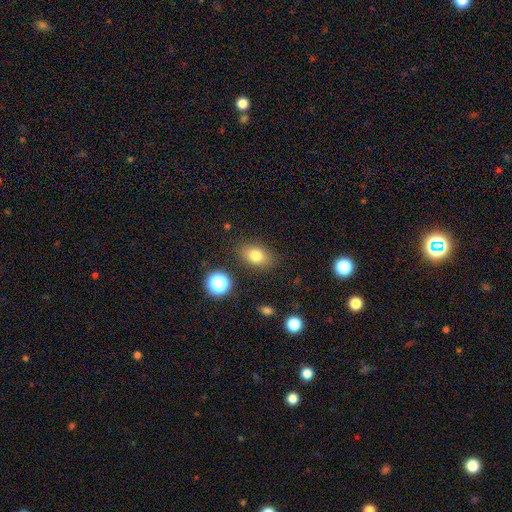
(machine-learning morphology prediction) Smooth or featured?
  - smooth: 78% *
  - star or artifact: 12%
  - featured or disk: 10%
How rounded?
  - in between: 74% *
  - round: 24%
  - cigar-shaped: 2%
Merging?
  - none: 83% *
  - minor disturbance: 11%
  - major disturbance: 3%
  - merger: 2%